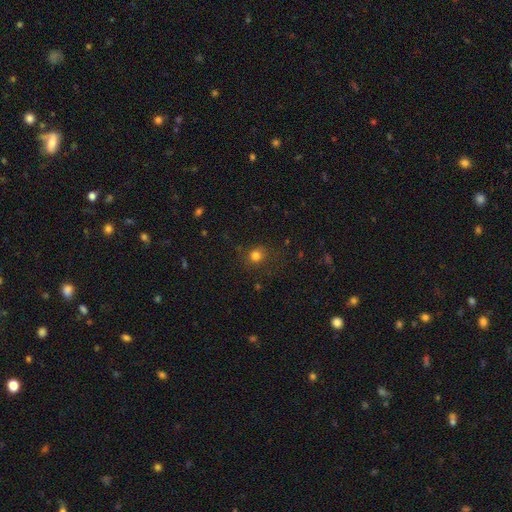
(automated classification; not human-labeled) Smooth or featured? Predicted: smooth (p=0.78). How rounded? Predicted: round (p=0.85). Merging? Predicted: none (p=0.80).